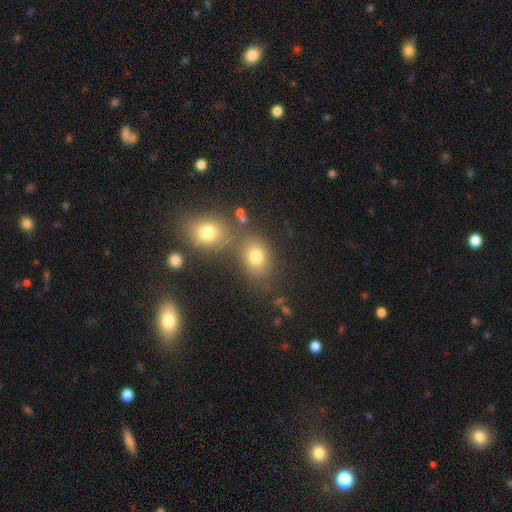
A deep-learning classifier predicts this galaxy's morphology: The model was most divided on "how rounded": in between: 56%, round: 43%, cigar-shaped: 1%. More confident: smooth or featured — smooth (75%); merging — none (54%).